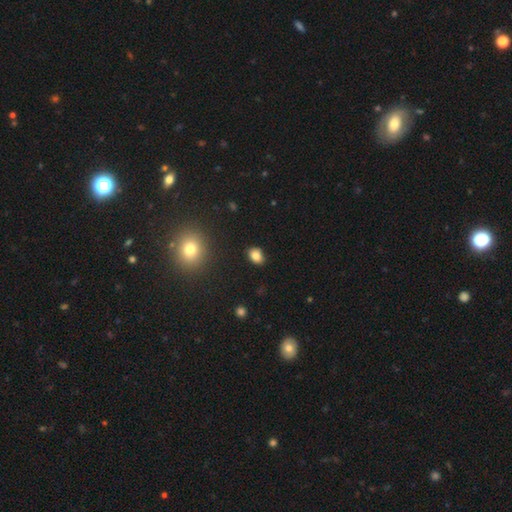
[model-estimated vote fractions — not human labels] This appears to be a smooth galaxy with no disk features (84%) that is in between round and cigar-shaped (72%). Merging: none (86%).